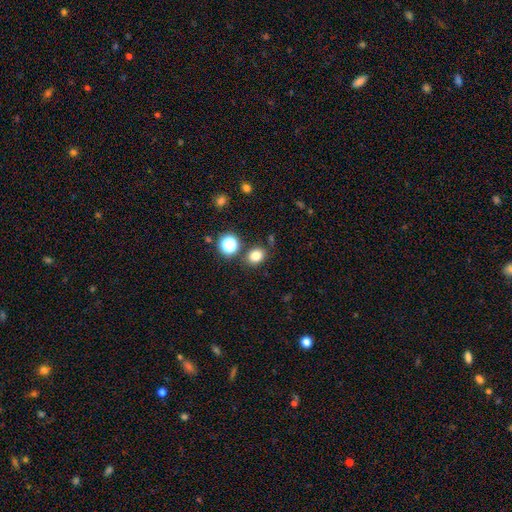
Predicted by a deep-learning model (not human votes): Smooth or featured? smooth (80%)
How rounded? round (57%)
Merging? none (79%)